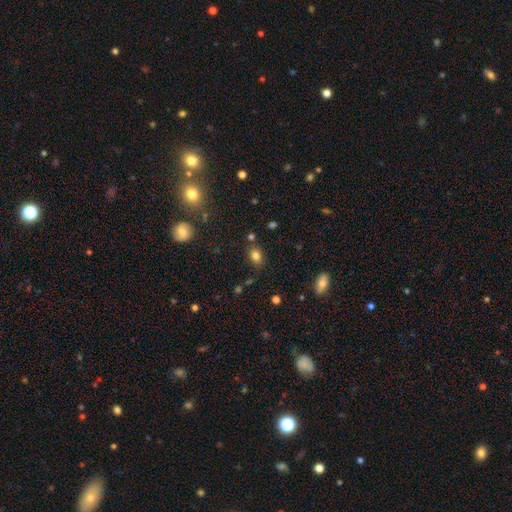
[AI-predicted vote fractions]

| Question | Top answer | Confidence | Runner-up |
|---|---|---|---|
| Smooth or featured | smooth | 80% | star or artifact (13%) |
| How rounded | in between | 70% | round (28%) |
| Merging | none | 78% | minor disturbance (13%) |